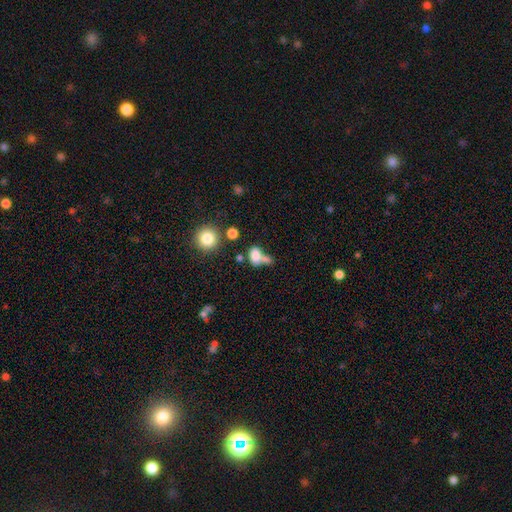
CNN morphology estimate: Smooth or featured: smooth — 77% (featured or disk — 12%)
How rounded: in between — 76% (round — 21%)
Merging: merger — 46% (none — 31%)